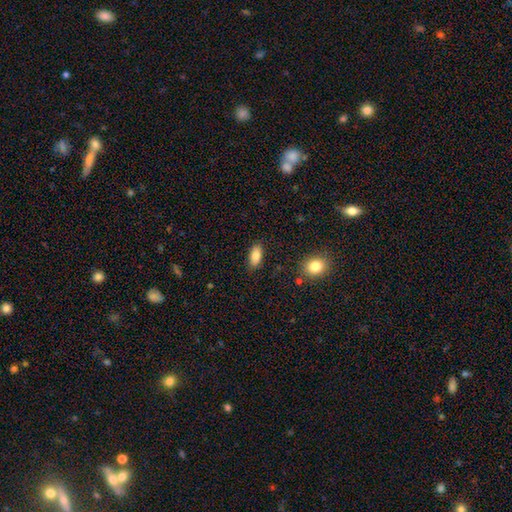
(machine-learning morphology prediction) smooth 85%, featured or disk 8%, star or artifact 7%. Down the decision tree: how rounded — in between (88%); merging — none (85%).